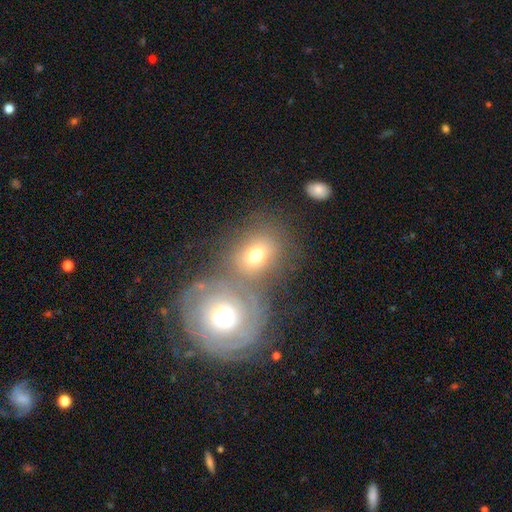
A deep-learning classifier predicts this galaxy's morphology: Q: Smooth or featured?
A: smooth (66%); runner-up: featured or disk (23%)
Q: How rounded?
A: round (50%); runner-up: in between (49%)
Q: Merging?
A: merger (42%); tied with: none (42%)